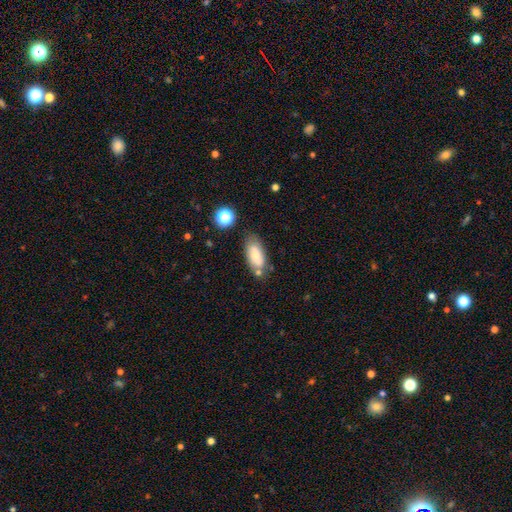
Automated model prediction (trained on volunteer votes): A smooth galaxy with no disk features (74%) that is in between round and cigar-shaped (83%). Merging: none (63%).